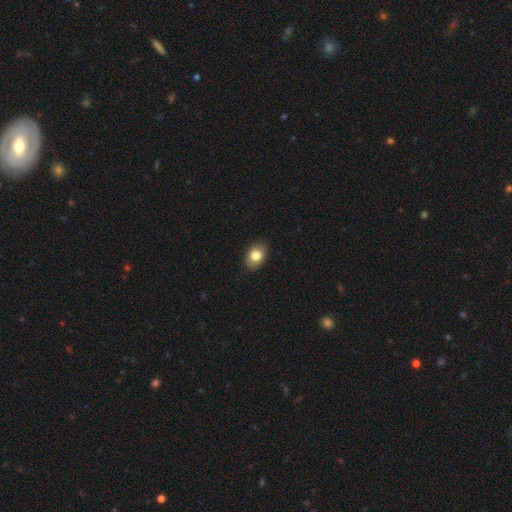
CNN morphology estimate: A smooth galaxy with no disk features (82%) that is in between round and cigar-shaped (73%).

Vote fractions:
- Smooth or featured? smooth: 82% / featured or disk: 10% / star or artifact: 8%
- How rounded? in between: 73% / round: 26% / cigar-shaped: 1%
- Merging? none: 87% / minor disturbance: 10% / major disturbance: 2% / merger: 1%